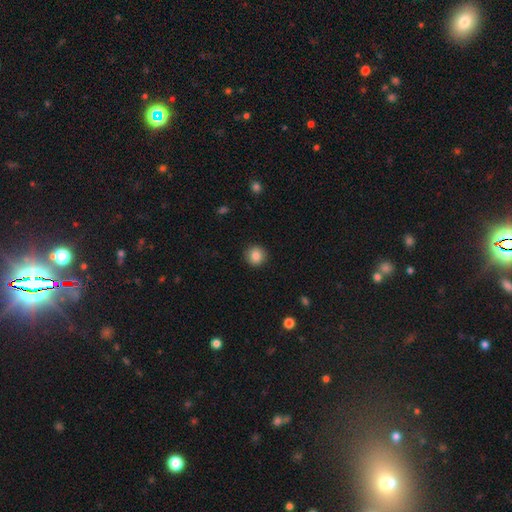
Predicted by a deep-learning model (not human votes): The model was most divided on "smooth or featured": smooth: 86%, star or artifact: 9%, featured or disk: 5%. More confident: how rounded — round (92%); merging — none (91%).